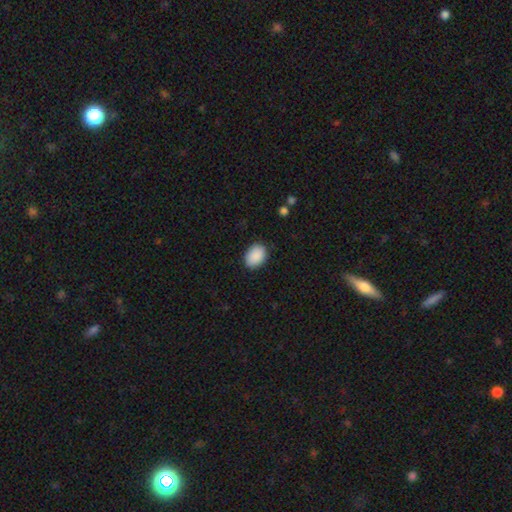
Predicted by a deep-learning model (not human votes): Overall: smooth (90%). How rounded: in between (78%). Merging: none (86%).